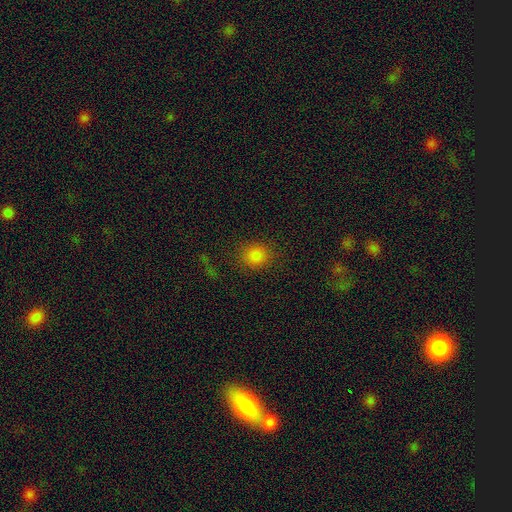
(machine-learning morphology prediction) Smooth or featured? smooth (82%)
How rounded? round (80%)
Merging? none (83%)